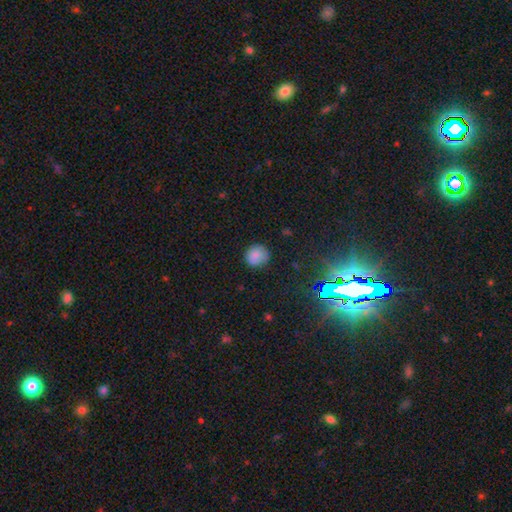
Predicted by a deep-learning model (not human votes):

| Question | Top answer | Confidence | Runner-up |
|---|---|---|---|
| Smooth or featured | smooth | 82% | star or artifact (12%) |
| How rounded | round | 87% | in between (12%) |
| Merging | none | 81% | minor disturbance (14%) |